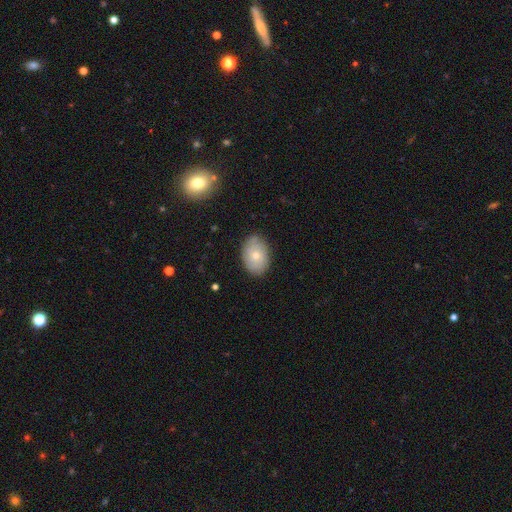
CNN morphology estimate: This is possibly a smooth galaxy (59%). How rounded: likely in between (79%). Merging: clearly none (81%).